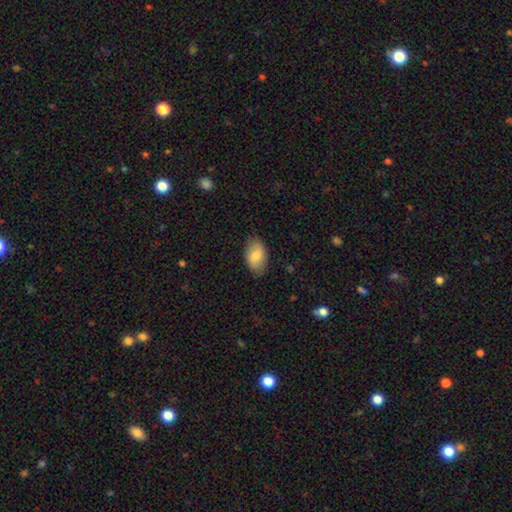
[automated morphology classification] smooth-or-featured: smooth: 76% | featured or disk: 18% | star or artifact: 6%
  how-rounded: in between: 93% | round: 6% | cigar-shaped: 1%
  merging: none: 83% | minor disturbance: 13% | major disturbance: 3% | merger: 1%